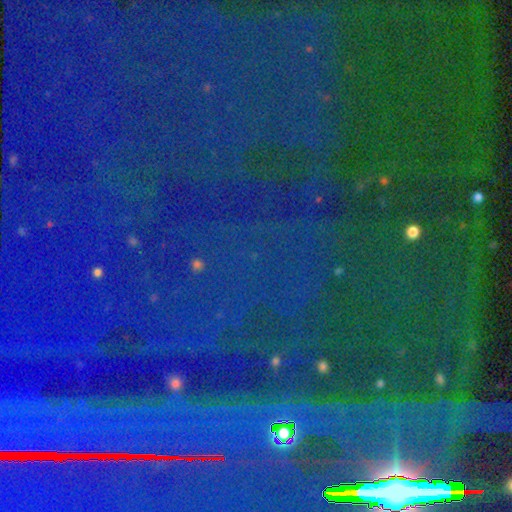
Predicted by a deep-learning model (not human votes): This is clearly a star or artifact rather than a galaxy (86%).